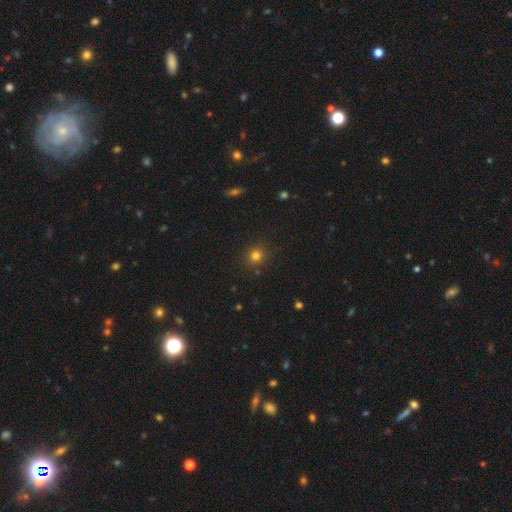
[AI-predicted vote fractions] A smooth galaxy with no disk features (79%) that is round (88%).

Vote fractions:
- Smooth or featured? smooth: 79% / star or artifact: 16% / featured or disk: 5%
- How rounded? round: 88% / in between: 11% / cigar-shaped: 1%
- Merging? none: 87% / minor disturbance: 8% / major disturbance: 3% / merger: 2%